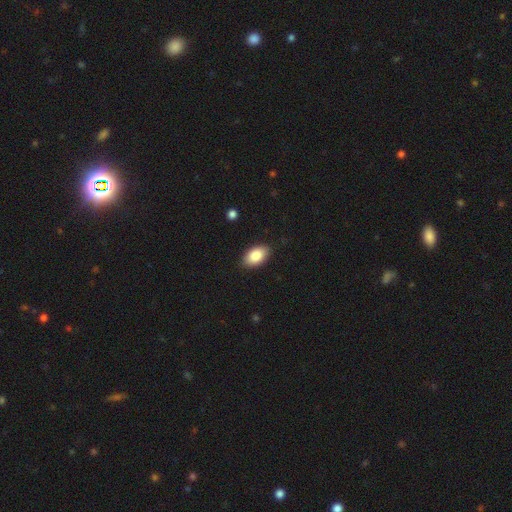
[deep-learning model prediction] This appears to be a smooth galaxy with no disk features (86%) that is in between round and cigar-shaped (93%). Merging: none (88%).